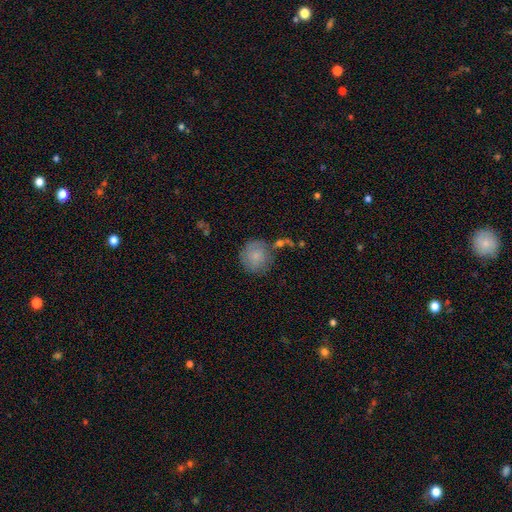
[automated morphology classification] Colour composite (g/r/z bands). It shows a smooth galaxy with no disk features (78%) that is round (88%). Merging: none (65%).